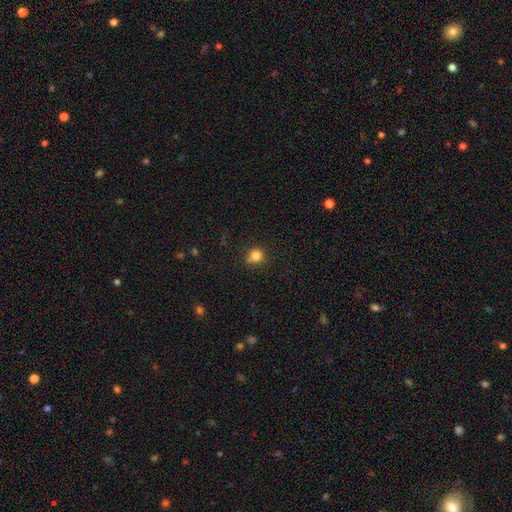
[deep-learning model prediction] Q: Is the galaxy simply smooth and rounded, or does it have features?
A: smooth — 82%.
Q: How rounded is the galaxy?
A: round — 88%.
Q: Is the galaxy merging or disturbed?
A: none — 75%.